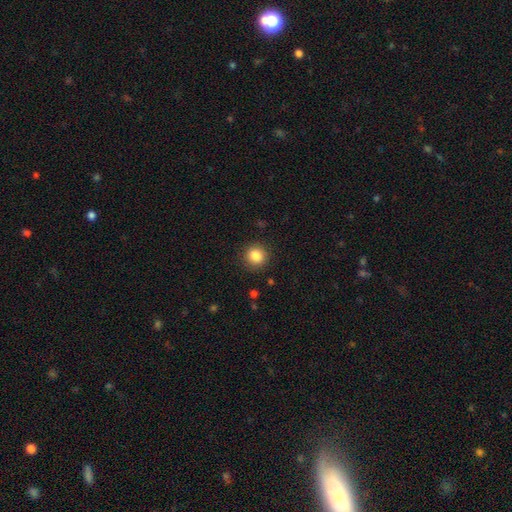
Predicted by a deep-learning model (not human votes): Q: Smooth or featured?
A: smooth (85%); runner-up: star or artifact (10%)
Q: How rounded?
A: round (92%); runner-up: in between (7%)
Q: Merging?
A: none (90%); runner-up: minor disturbance (6%)